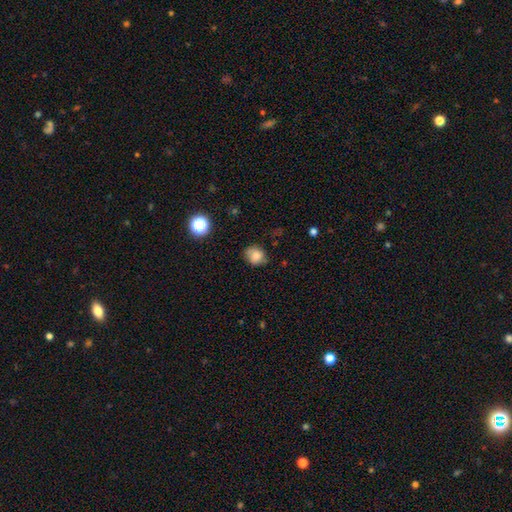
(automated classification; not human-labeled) smooth-or-featured: smooth: 80% | star or artifact: 11% | featured or disk: 9%
  how-rounded: round: 68% | in between: 31% | cigar-shaped: 1%
  merging: none: 70% | minor disturbance: 23% | major disturbance: 6% | merger: 2%